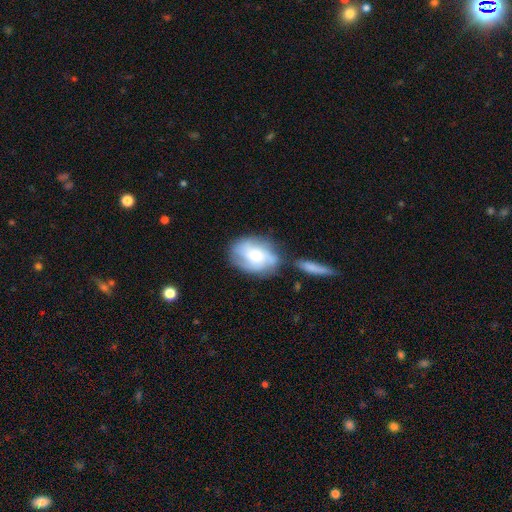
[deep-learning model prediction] Smooth or featured? Predicted: featured or disk (p=0.49). Merging? Predicted: none (p=0.50).